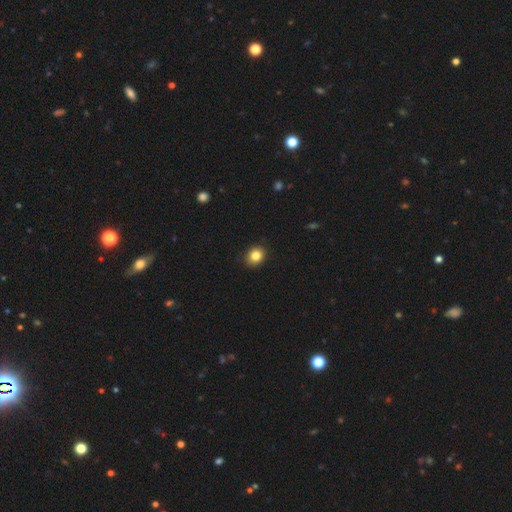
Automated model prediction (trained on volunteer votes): Overall: smooth (84%). How rounded: round (67%; in between 32%). Merging: none (87%).